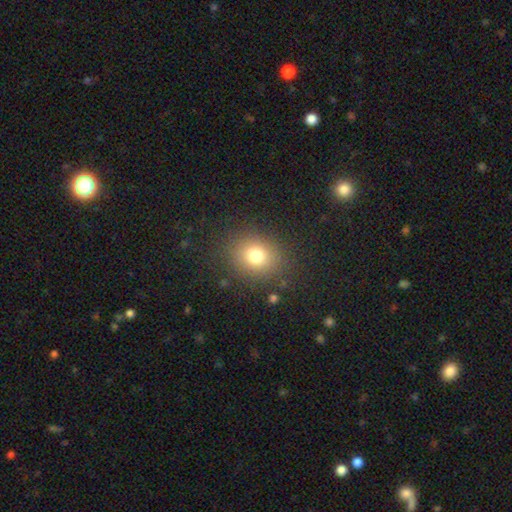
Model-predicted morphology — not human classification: Smooth or featured? smooth (77%)
How rounded? round (70%)
Merging? none (85%)